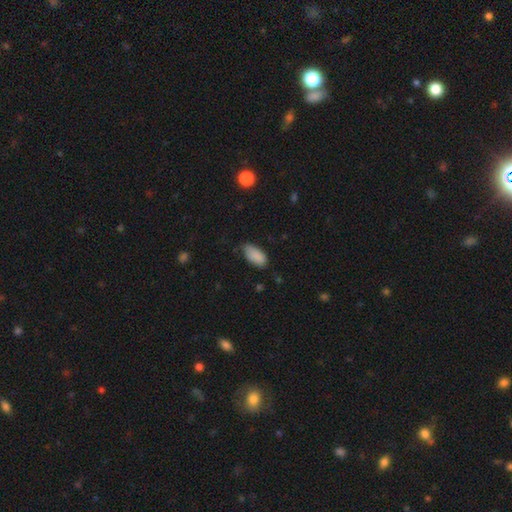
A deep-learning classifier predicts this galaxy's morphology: smooth_or_featured: smooth (p=0.88) [alt: star or artifact p=0.07]
how_rounded: in between (p=0.93) [alt: cigar-shaped p=0.05]
merging: none (p=0.65) [alt: minor disturbance p=0.28]